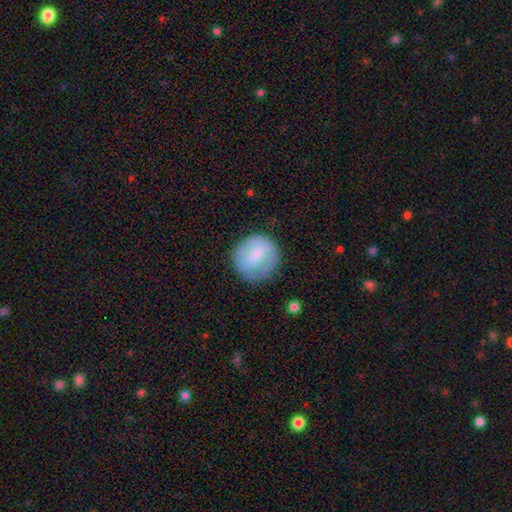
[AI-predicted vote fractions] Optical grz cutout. It shows a smooth galaxy with no disk features (66%) that is round (86%). Merging: none (69%).